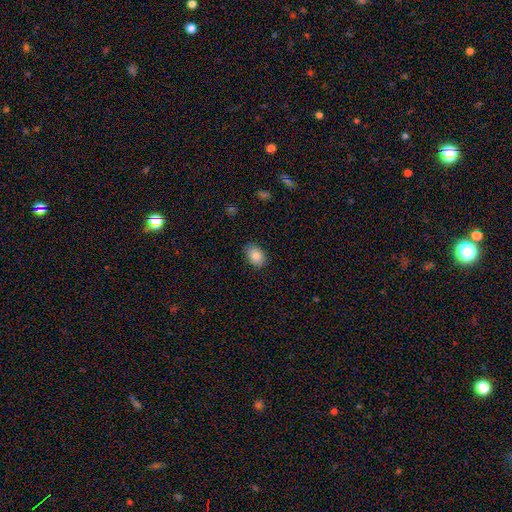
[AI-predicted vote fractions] A smooth galaxy with no disk features (83%) that is in between round and cigar-shaped (80%).

Vote fractions:
- Smooth or featured? smooth: 83% / featured or disk: 9% / star or artifact: 8%
- How rounded? in between: 80% / round: 19% / cigar-shaped: 1%
- Merging? none: 87% / minor disturbance: 10% / major disturbance: 2% / merger: 1%